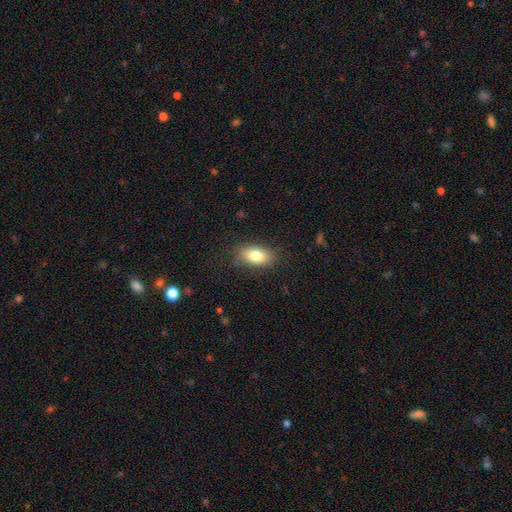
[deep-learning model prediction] The model was most divided on "merging": none: 82%, minor disturbance: 13%, major disturbance: 4%, merger: 1%. More confident: how rounded — in between (88%); smooth or featured — smooth (81%).